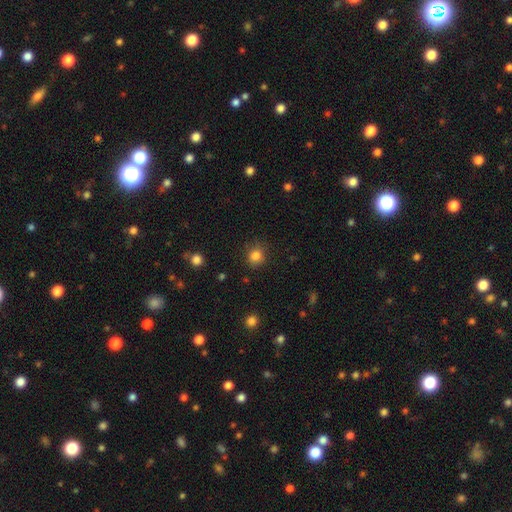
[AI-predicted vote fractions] A smooth galaxy with no disk features (83%) that is round (82%). Merging: none (84%).